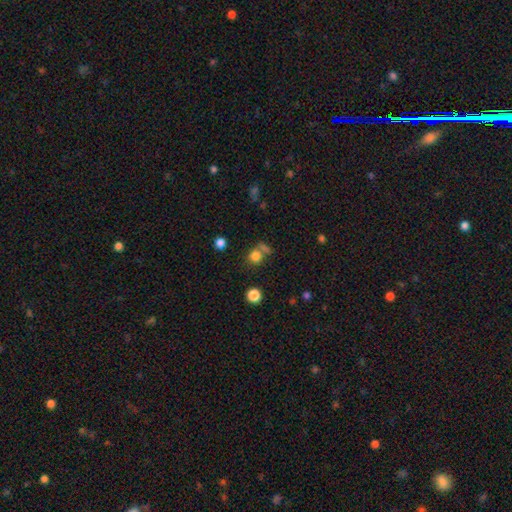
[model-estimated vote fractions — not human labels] Smooth or featured: smooth — 79% (star or artifact — 14%)
How rounded: round — 84% (in between — 15%)
Merging: none — 59% (merger — 25%)